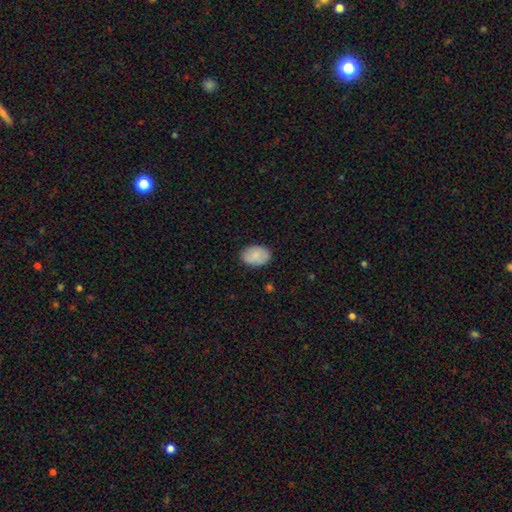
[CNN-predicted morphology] A smooth galaxy with no disk features (85%) that is in between round and cigar-shaped (82%).

Vote fractions:
- Smooth or featured? smooth: 85% / featured or disk: 9% / star or artifact: 7%
- How rounded? in between: 82% / round: 17% / cigar-shaped: 1%
- Merging? none: 86% / minor disturbance: 11% / major disturbance: 2% / merger: 1%